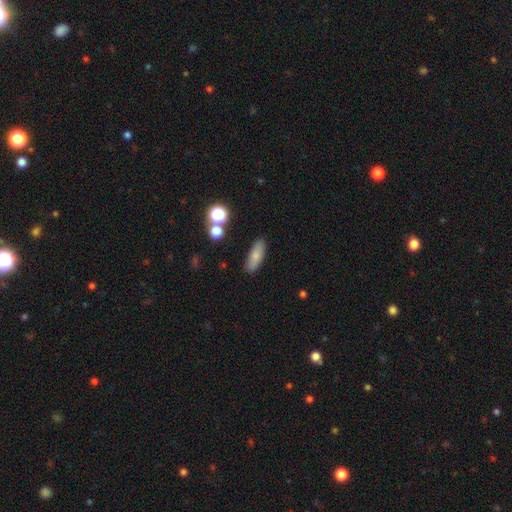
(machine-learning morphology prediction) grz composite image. It shows a smooth galaxy with no disk features (78%) that is in between round and cigar-shaped (59%). Merging: none (85%).